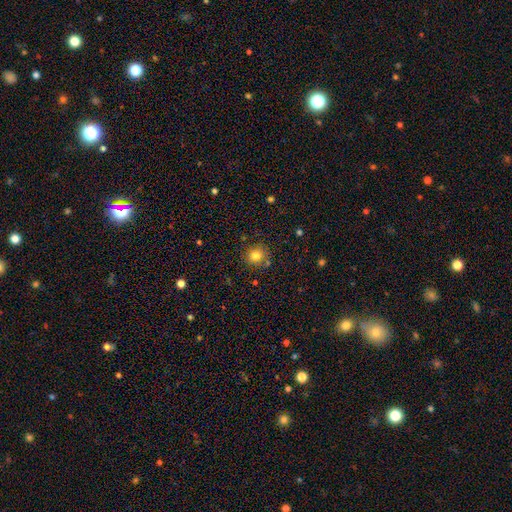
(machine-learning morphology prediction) Smooth or featured: smooth — 81% (star or artifact — 13%)
How rounded: round — 88% (in between — 11%)
Merging: none — 83% (minor disturbance — 9%)